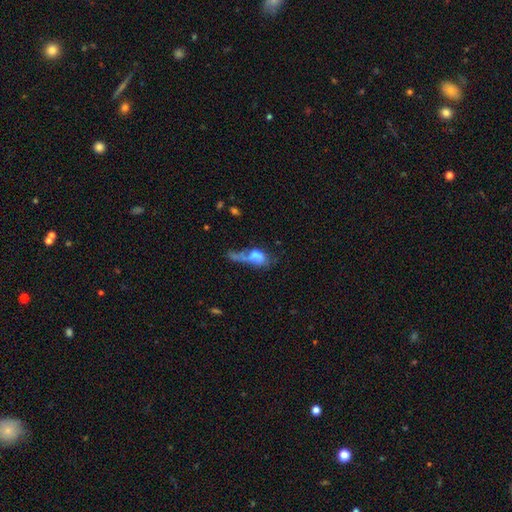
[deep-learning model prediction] Smooth or featured?
  - smooth: 59% *
  - featured or disk: 29%
  - star or artifact: 12%
How rounded?
  - in between: 78% *
  - round: 12%
  - cigar-shaped: 10%
Merging?
  - major disturbance: 35% *
  - merger: 34%
  - none: 17%
  - minor disturbance: 14%